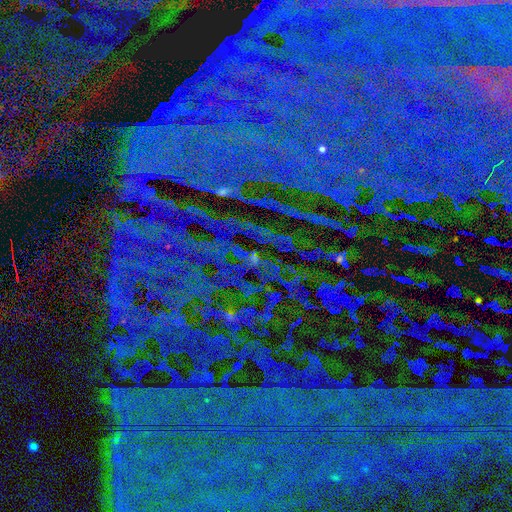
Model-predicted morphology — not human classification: smooth-or-featured: star or artifact: 85% | featured or disk: 8% | smooth: 7%